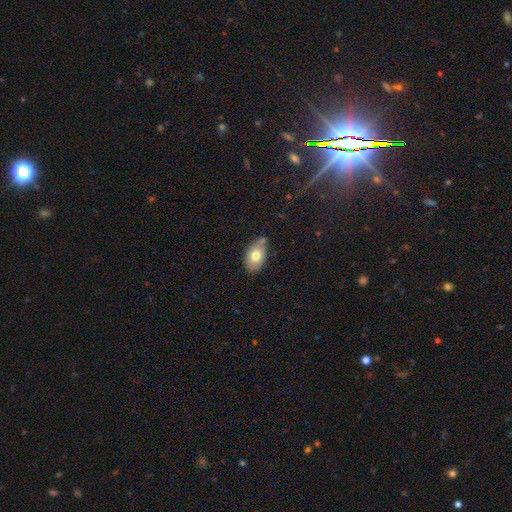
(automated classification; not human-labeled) Morphology: type=smooth (74%); roundness=in between (88%); merging=none (66%).